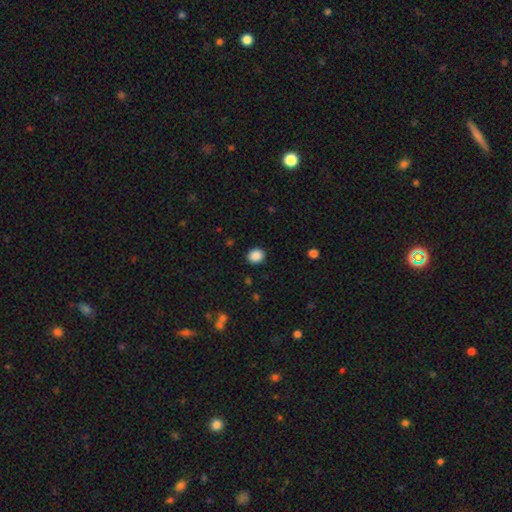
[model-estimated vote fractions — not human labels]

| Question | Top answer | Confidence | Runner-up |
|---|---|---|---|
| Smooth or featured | smooth | 88% | star or artifact (9%) |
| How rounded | round | 72% | in between (28%) |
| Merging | none | 90% | minor disturbance (6%) |